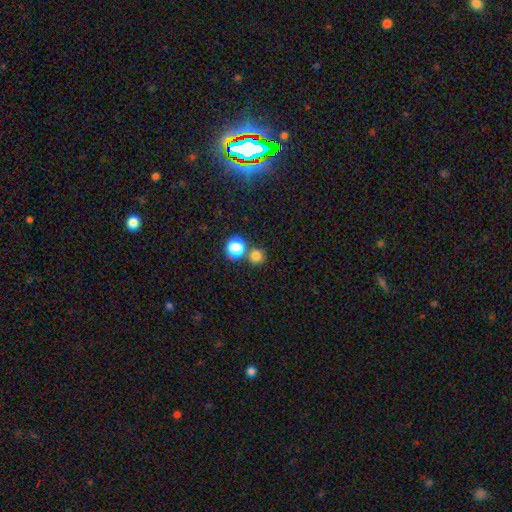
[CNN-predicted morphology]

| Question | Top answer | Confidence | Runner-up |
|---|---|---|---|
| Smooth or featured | smooth | 81% | star or artifact (14%) |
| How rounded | round | 89% | in between (10%) |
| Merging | none | 65% | merger (25%) |